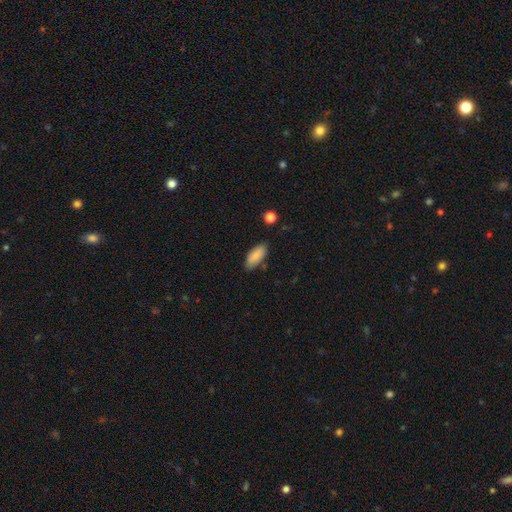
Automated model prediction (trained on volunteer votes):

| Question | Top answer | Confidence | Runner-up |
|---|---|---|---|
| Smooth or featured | smooth | 86% | featured or disk (7%) |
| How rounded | in between | 85% | cigar-shaped (14%) |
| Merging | none | 79% | minor disturbance (15%) |